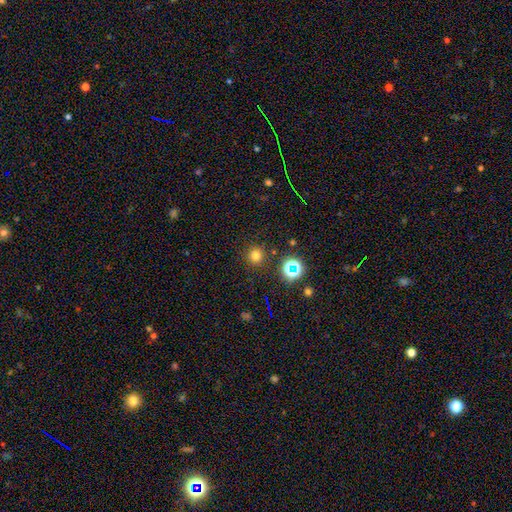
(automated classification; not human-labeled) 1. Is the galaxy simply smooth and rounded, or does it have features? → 72% smooth, 22% star or artifact, 6% featured or disk.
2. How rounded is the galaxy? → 94% round, 5% in between, 1% cigar-shaped.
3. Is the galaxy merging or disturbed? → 89% none, 6% minor disturbance, 3% major disturbance, 2% merger.